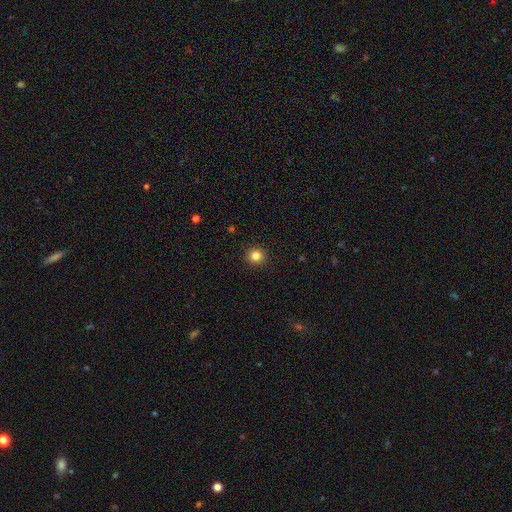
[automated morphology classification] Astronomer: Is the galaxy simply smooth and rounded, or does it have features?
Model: smooth — 84%.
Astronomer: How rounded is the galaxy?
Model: round — 92%.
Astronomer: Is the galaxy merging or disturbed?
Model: none — 92%.